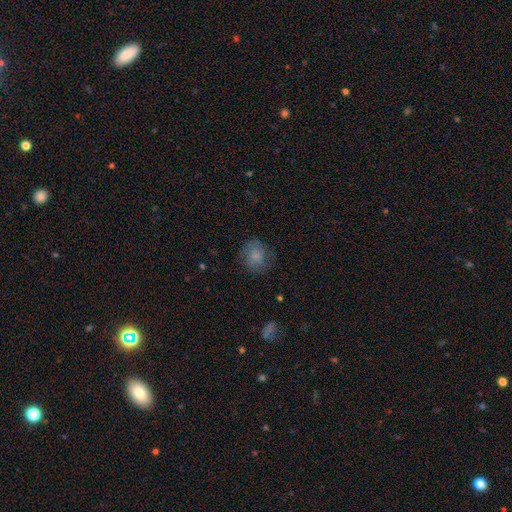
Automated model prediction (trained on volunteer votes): A smooth galaxy with no disk features (69%) that is round (78%). Merging: none (71%).